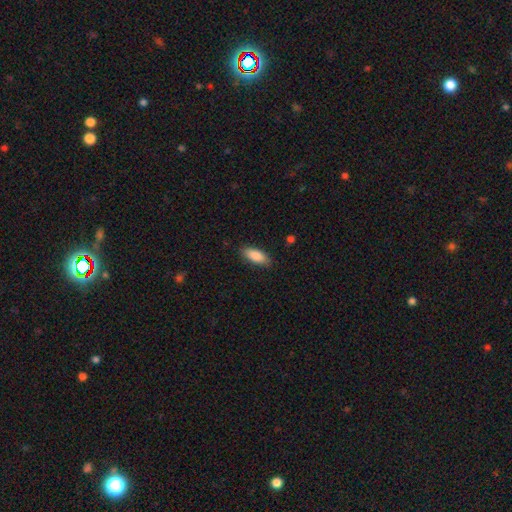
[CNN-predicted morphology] smooth_or_featured: smooth (p=0.87) [alt: featured or disk p=0.07]
how_rounded: in between (p=0.83) [alt: cigar-shaped p=0.15]
merging: none (p=0.86) [alt: minor disturbance p=0.10]